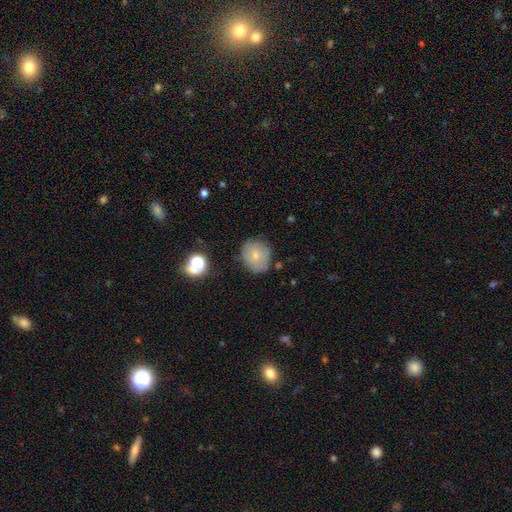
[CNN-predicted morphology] smooth_or_featured: smooth (p=0.69) [alt: featured or disk p=0.20]
how_rounded: round (p=0.83) [alt: in between p=0.16]
merging: none (p=0.72) [alt: minor disturbance p=0.19]